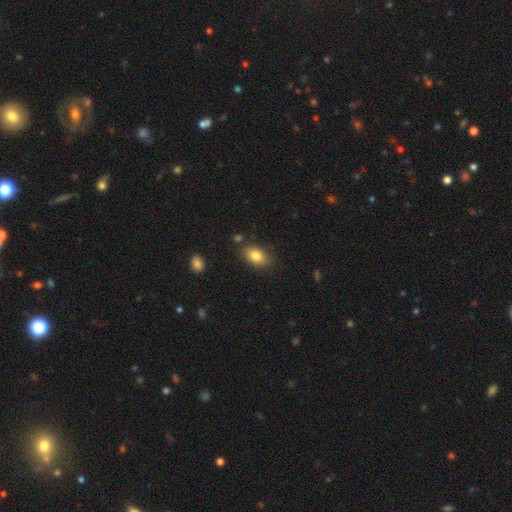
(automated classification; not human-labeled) Morphology: type=smooth (82%); roundness=in between (82%); merging=none (80%).